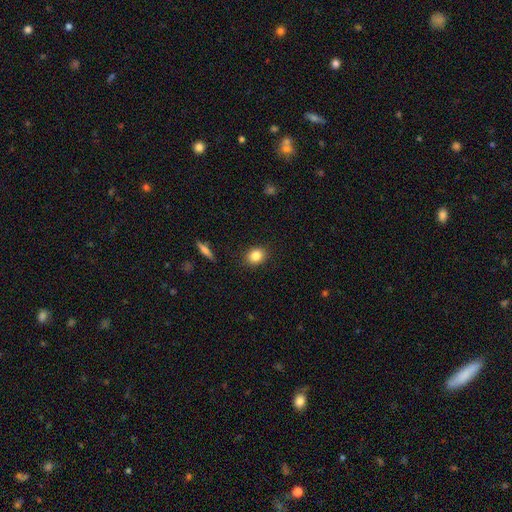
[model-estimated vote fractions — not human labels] Smooth or featured? smooth (83%)
How rounded? round (52%)
Merging? none (89%)